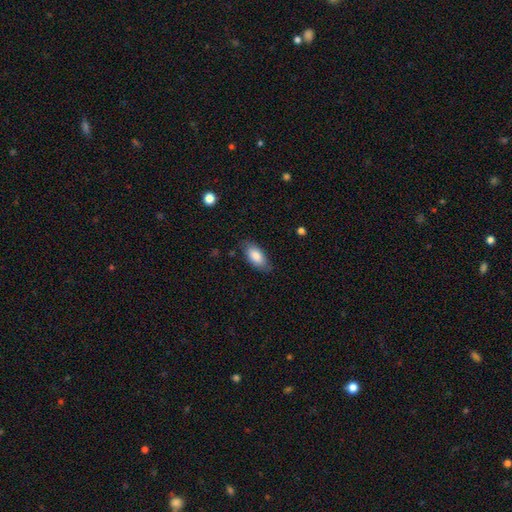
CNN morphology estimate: The model was most divided on "merging": none: 79%, minor disturbance: 16%, major disturbance: 4%, merger: 1%. More confident: how rounded — in between (90%); smooth or featured — smooth (83%).